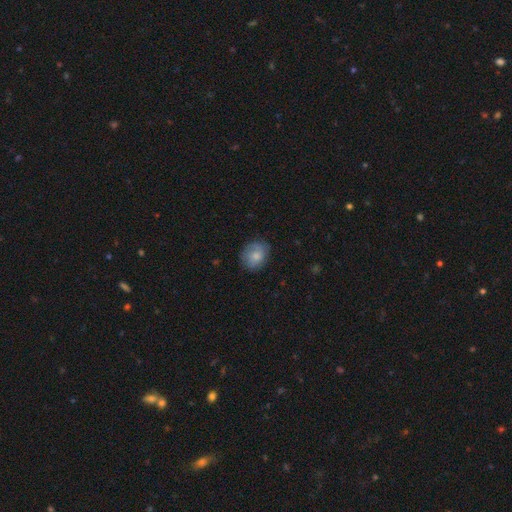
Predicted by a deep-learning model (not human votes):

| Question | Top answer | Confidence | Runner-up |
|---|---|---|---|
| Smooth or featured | smooth | 77% | featured or disk (16%) |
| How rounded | round | 55% | in between (44%) |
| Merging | none | 76% | minor disturbance (18%) |